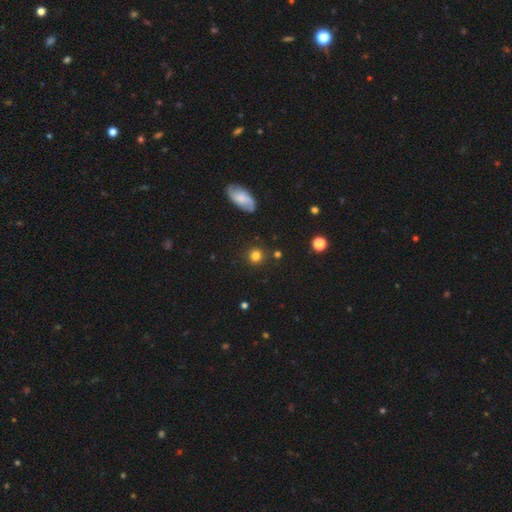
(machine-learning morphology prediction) Overall: smooth (78%). How rounded: round (90%). Merging: none (85%).